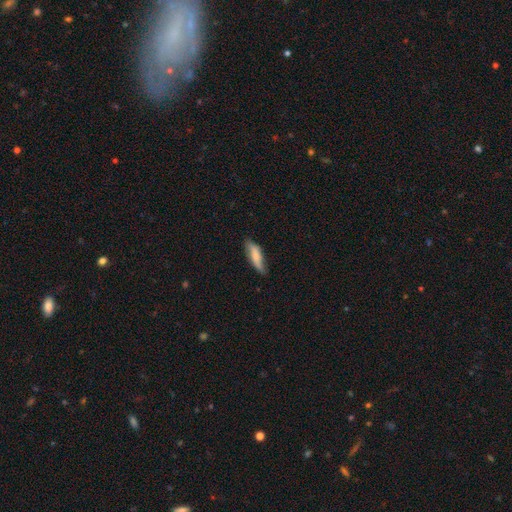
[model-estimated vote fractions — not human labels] Smooth or featured? Predicted: smooth (p=0.68). How rounded? Predicted: cigar-shaped (p=0.55). Merging? Predicted: none (p=0.66).